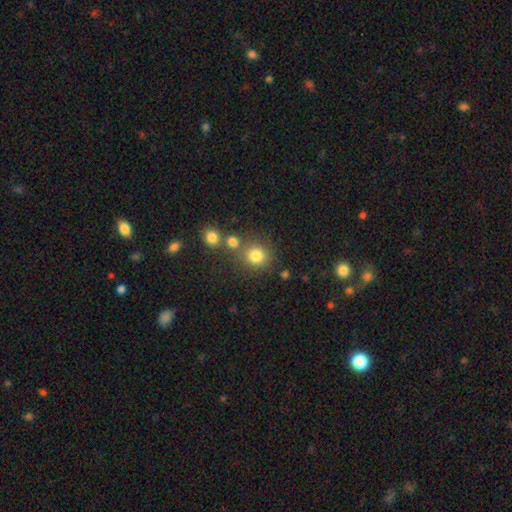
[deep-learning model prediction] Overall: smooth (80%). How rounded: round (89%). Merging: none (69%).